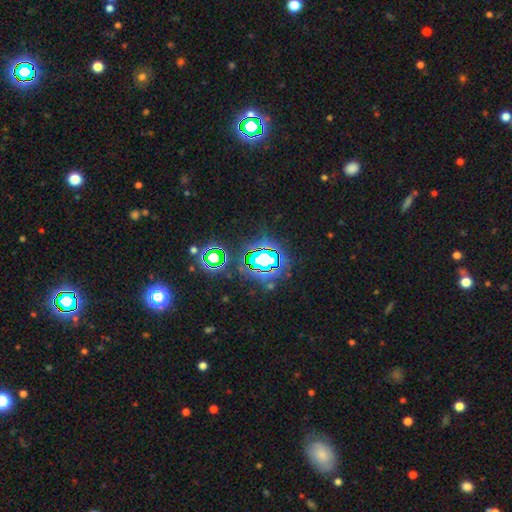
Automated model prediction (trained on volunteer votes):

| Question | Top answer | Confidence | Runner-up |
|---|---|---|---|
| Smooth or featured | star or artifact | 80% | smooth (13%) |